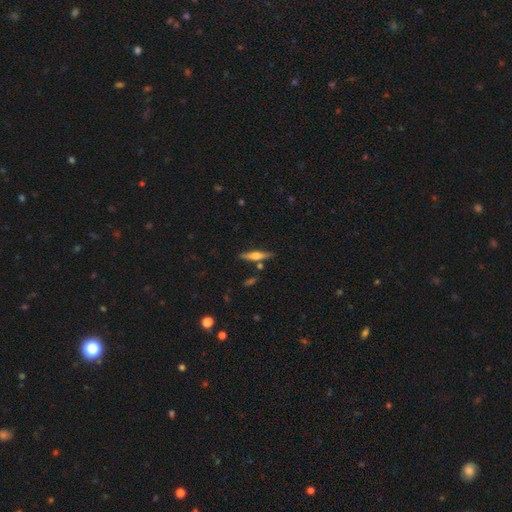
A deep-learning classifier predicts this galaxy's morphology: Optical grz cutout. It shows a featured or disk galaxy (56%) viewed edge-on (96%) with a rounded central bulge (87%). Merging: none (82%).